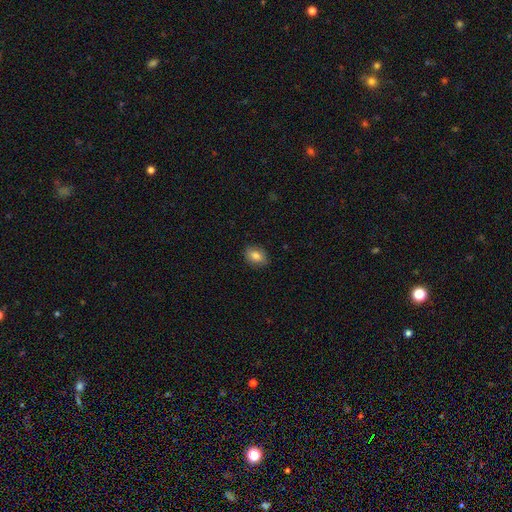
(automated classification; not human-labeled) A smooth galaxy with no disk features (84%) that is in between round and cigar-shaped (79%).

Vote fractions:
- Smooth or featured? smooth: 84% / featured or disk: 8% / star or artifact: 8%
- How rounded? in between: 79% / round: 19% / cigar-shaped: 2%
- Merging? none: 85% / minor disturbance: 11% / major disturbance: 2% / merger: 1%